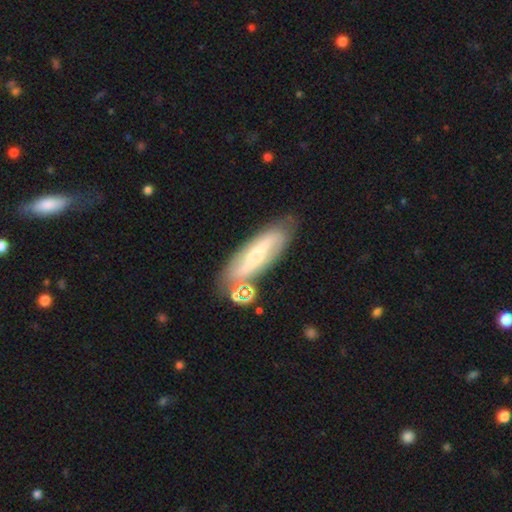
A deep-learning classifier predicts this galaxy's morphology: Smooth or featured? featured or disk (57%)
Edge-on disk? no (66%)
Merging? none (74%)